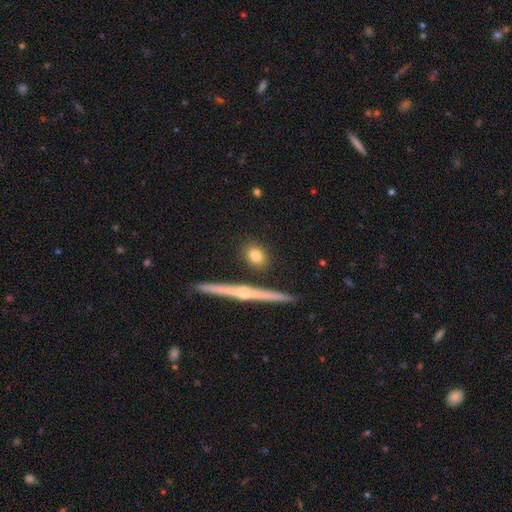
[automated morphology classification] type=smooth (76%); roundness=round (54%); merging=none (86%).